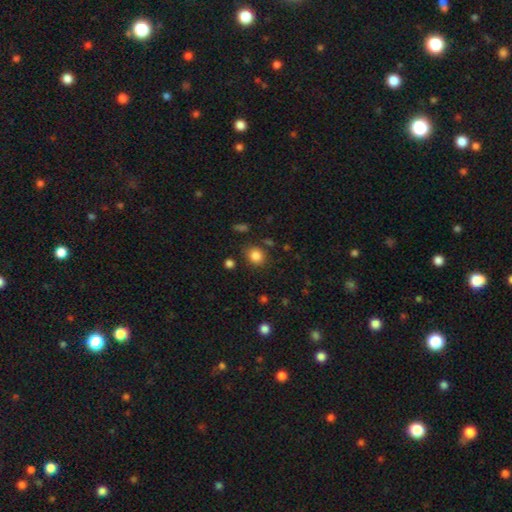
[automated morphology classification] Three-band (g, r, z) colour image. It shows a smooth galaxy with no disk features (84%) that is round (66%). Merging: none (81%).